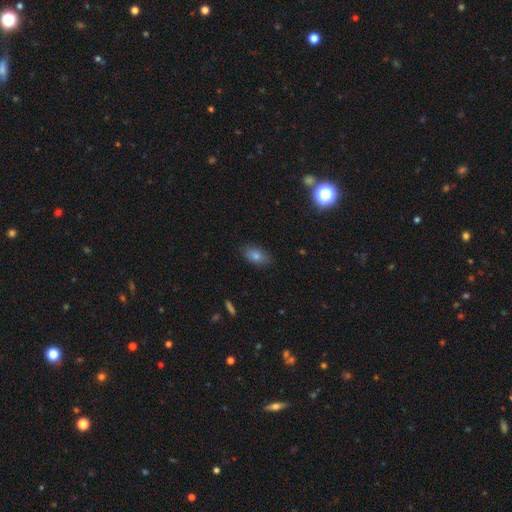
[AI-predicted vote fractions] A smooth galaxy with no disk features (76%) that is in between round and cigar-shaped (87%). Merging: none (85%).